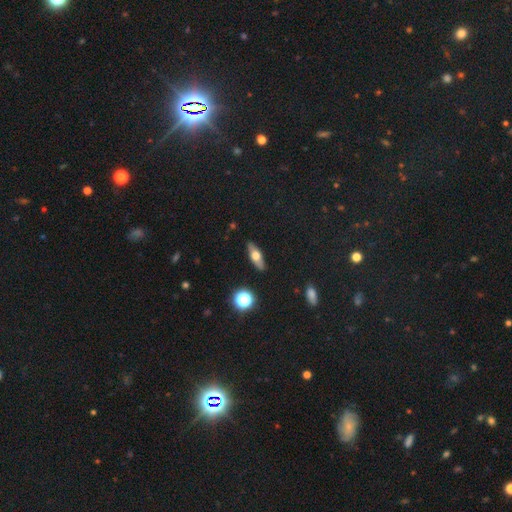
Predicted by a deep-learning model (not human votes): Smooth or featured? smooth (53%)
How rounded? in between (57%)
Merging? none (87%)